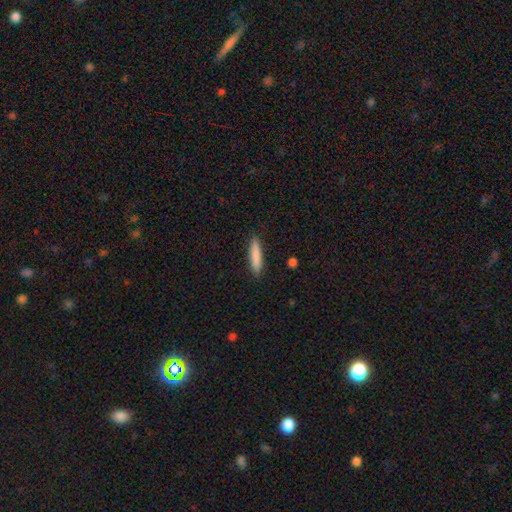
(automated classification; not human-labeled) smooth-or-featured: smooth: 86% | featured or disk: 8% | star or artifact: 6%
  how-rounded: cigar-shaped: 83% | in between: 15% | round: 1%
  merging: none: 89% | minor disturbance: 8% | major disturbance: 2% | merger: 1%